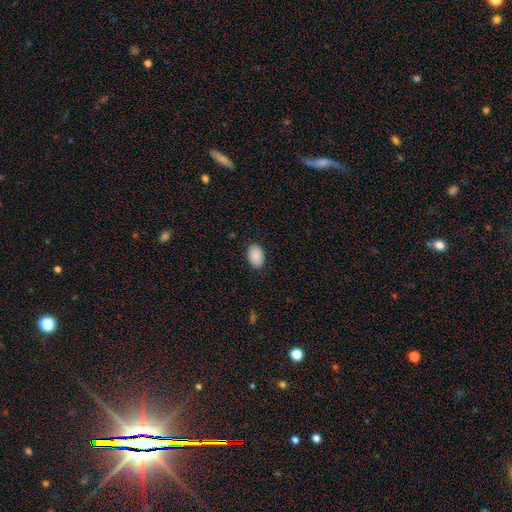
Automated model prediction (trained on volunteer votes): smooth_or_featured: smooth (p=0.90) [alt: star or artifact p=0.07]
how_rounded: in between (p=0.87) [alt: round p=0.12]
merging: none (p=0.88) [alt: minor disturbance p=0.09]